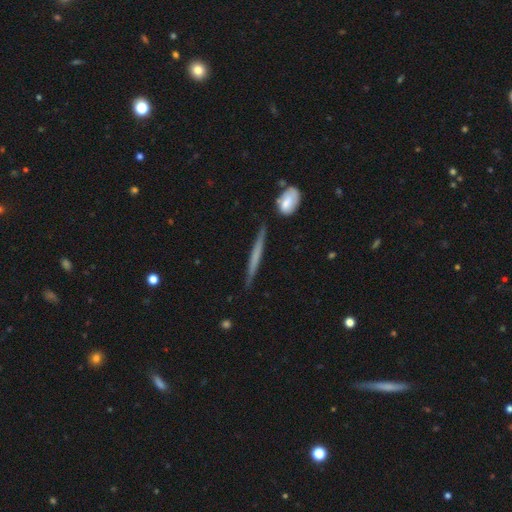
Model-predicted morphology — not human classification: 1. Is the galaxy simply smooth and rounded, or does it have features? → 49% featured or disk, 46% smooth, 6% star or artifact.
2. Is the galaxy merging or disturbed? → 85% none, 10% minor disturbance, 2% merger, 2% major disturbance.